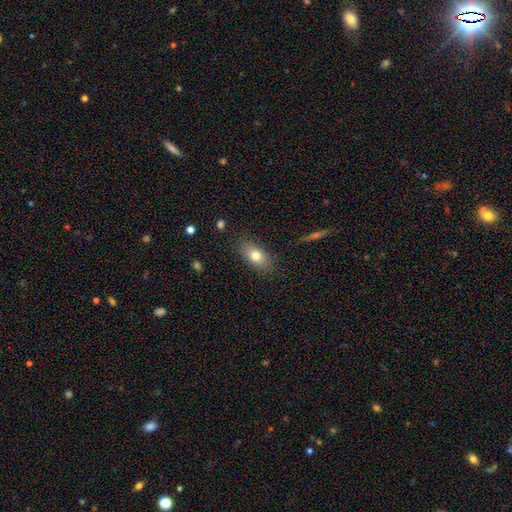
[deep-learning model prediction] Smooth or featured?
  - smooth: 75% *
  - featured or disk: 16%
  - star or artifact: 9%
How rounded?
  - in between: 84% *
  - round: 8%
  - cigar-shaped: 8%
Merging?
  - none: 83% *
  - minor disturbance: 12%
  - major disturbance: 3%
  - merger: 1%